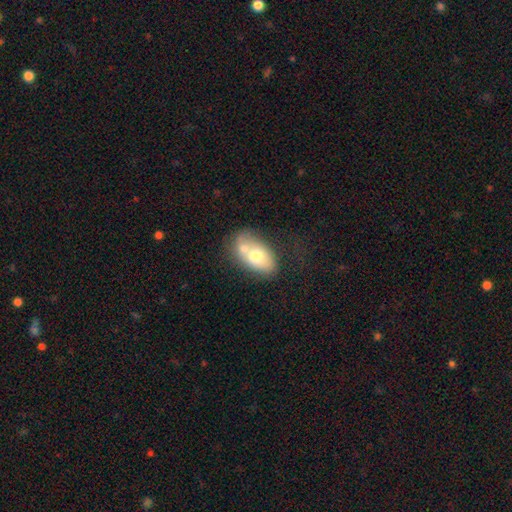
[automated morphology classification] Smooth or featured: smooth — 63% (featured or disk — 29%)
How rounded: in between — 85% (round — 14%)
Merging: merger — 53% (none — 27%)